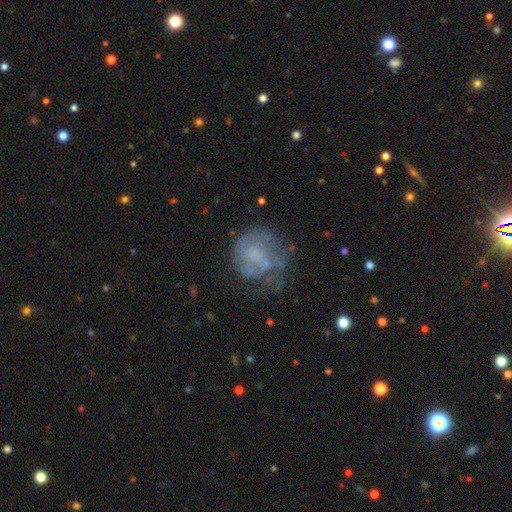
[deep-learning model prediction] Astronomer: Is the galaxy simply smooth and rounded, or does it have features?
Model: featured or disk — 53% (runner-up: smooth, 37%).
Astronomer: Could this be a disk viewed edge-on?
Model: no — 98%.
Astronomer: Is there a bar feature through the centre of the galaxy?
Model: no — 68%.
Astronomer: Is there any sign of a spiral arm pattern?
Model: yes — 54% (runner-up: no, 46%).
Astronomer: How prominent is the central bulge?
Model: none — 49% (runner-up: small, 26%).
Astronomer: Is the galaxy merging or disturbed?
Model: none — 46% (runner-up: major disturbance, 26%).